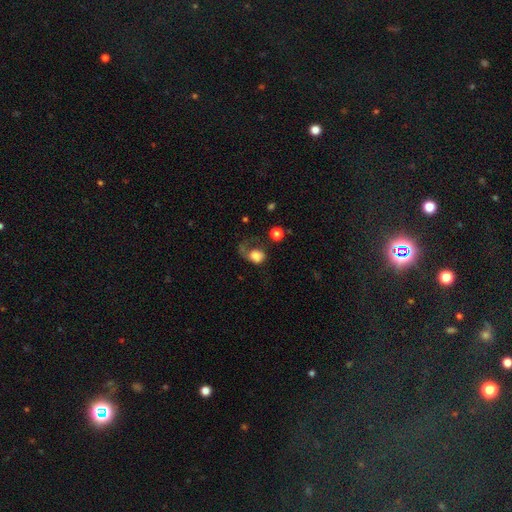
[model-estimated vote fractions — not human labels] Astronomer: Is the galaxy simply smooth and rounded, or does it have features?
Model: smooth — 69%.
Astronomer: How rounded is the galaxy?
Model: in between — 53% (runner-up: round, 46%).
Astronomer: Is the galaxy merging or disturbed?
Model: major disturbance — 54%.